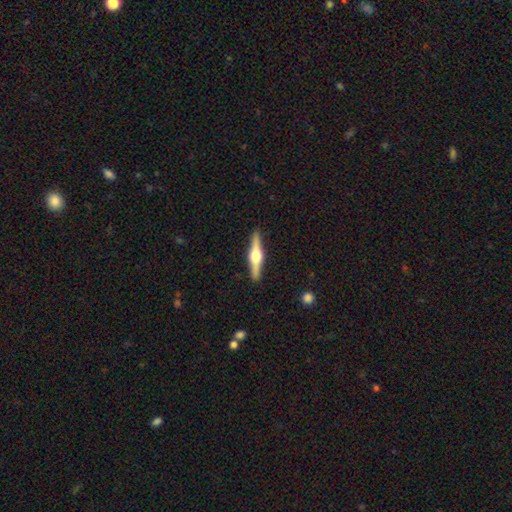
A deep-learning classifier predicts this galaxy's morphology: Smooth or featured?
  - featured or disk: 76% *
  - smooth: 19%
  - star or artifact: 5%
Edge-on disk?
  - yes: 98% *
  - no: 2%
Edge-on bulge?
  - rounded: 95% *
  - boxy: 3%
  - none: 1%
Merging?
  - none: 91% *
  - minor disturbance: 6%
  - major disturbance: 1%
  - merger: 1%